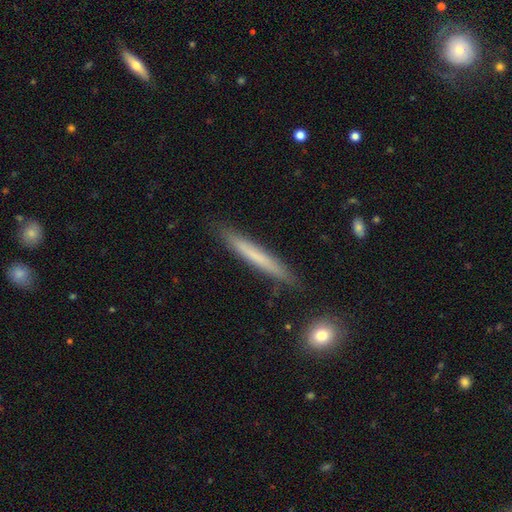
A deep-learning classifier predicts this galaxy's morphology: This appears to be a smooth galaxy with no disk features (61%) that is cigar-shaped (96%). Merging: none (87%).